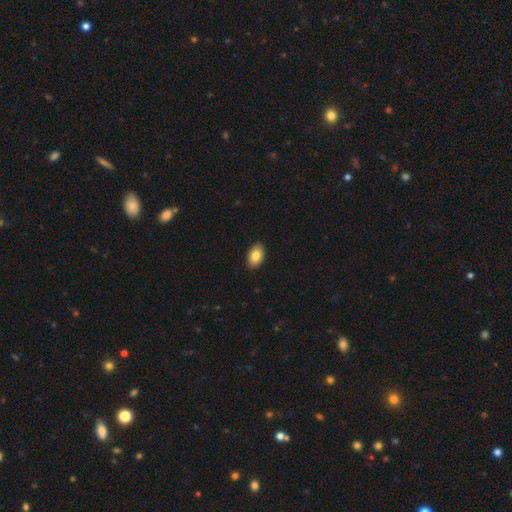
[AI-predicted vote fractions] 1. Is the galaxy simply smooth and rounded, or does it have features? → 84% smooth, 9% featured or disk, 7% star or artifact.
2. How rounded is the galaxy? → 93% in between, 6% round, 1% cigar-shaped.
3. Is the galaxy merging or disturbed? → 90% none, 7% minor disturbance, 2% major disturbance, 1% merger.